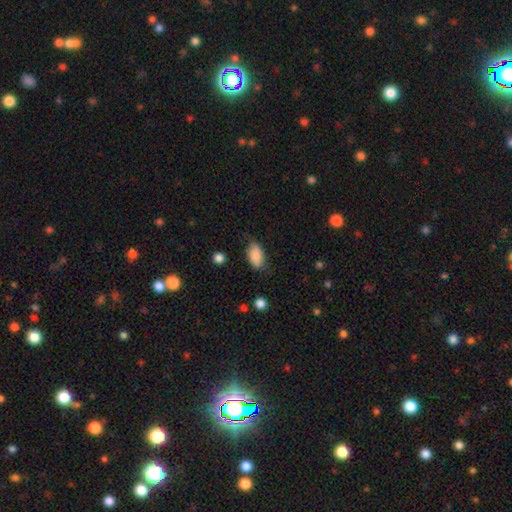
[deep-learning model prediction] The model was most divided on "merging": none: 73%, minor disturbance: 21%, major disturbance: 5%, merger: 2%. More confident: how rounded — in between (93%); smooth or featured — smooth (88%).